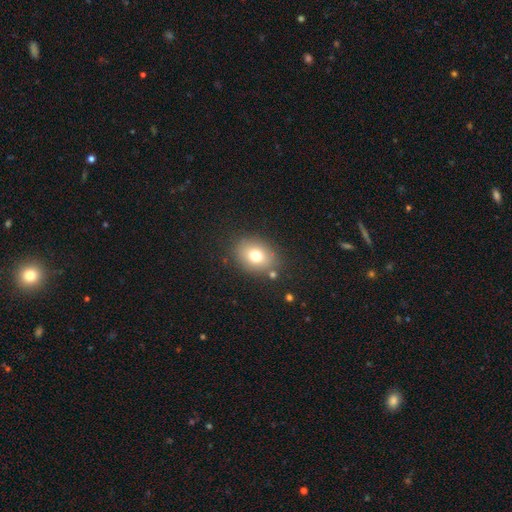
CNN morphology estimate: A smooth galaxy with no disk features (75%) that is in between round and cigar-shaped (62%). Merging: none (82%).